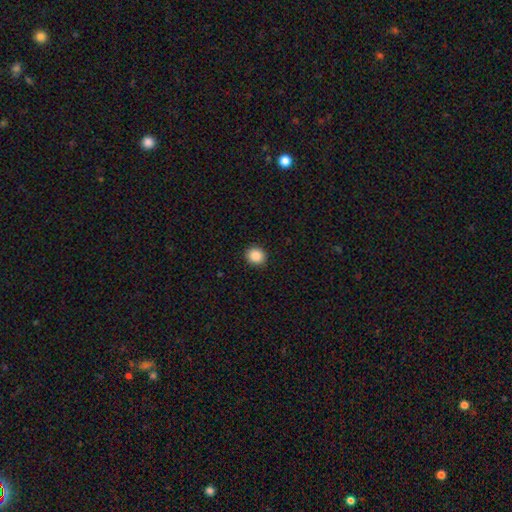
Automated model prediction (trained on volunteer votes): Morphology: type=smooth (88%); roundness=round (81%); merging=none (92%).